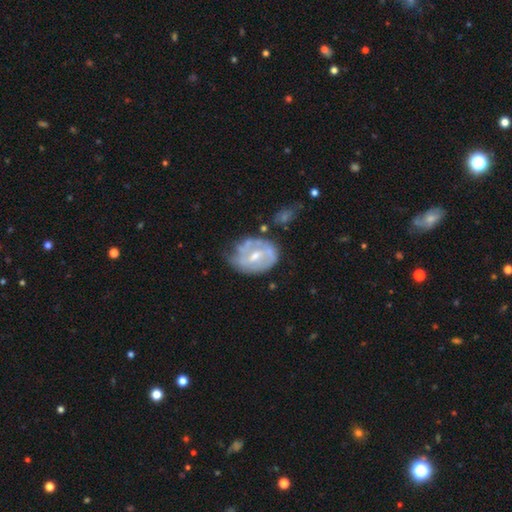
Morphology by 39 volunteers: Smooth or featured?
  - featured or disk: 77% *
  - smooth: 21%
  - star or artifact: 3%
Edge-on disk?
  - no: 100% *
  - yes: 0%
Bar?
  - weak: 67% *
  - strong: 30%
  - no: 3%
Spiral arms?
  - no: 67% *
  - yes: 33%
Bulge size?
  - moderate: 67% *
  - small: 27%
  - dominant: 3%
  - large: 3%
  - none: 0%
Merging?
  - none: 50% *
  - minor disturbance: 29%
  - major disturbance: 18%
  - merger: 3%